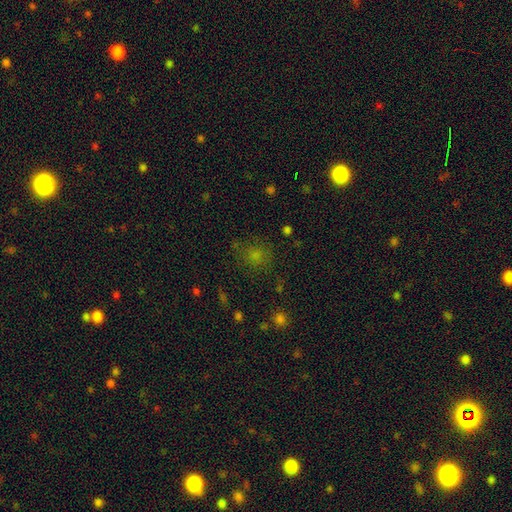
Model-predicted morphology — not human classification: Overall: smooth (70%). How rounded: round (79%). Merging: none (73%).